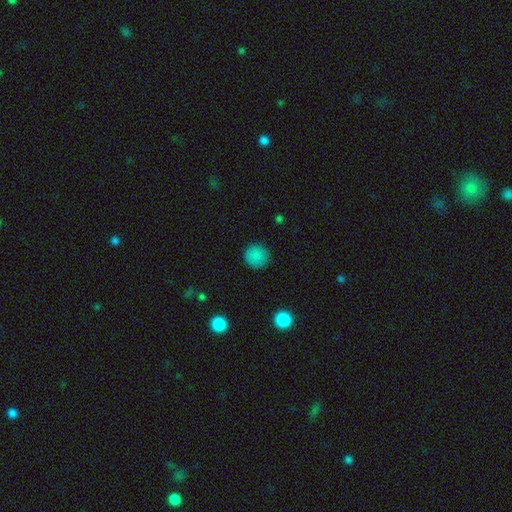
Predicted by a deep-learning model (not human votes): smooth_or_featured: smooth (p=0.86) [alt: star or artifact p=0.10]
how_rounded: round (p=0.93) [alt: in between p=0.06]
merging: none (p=0.90) [alt: minor disturbance p=0.07]